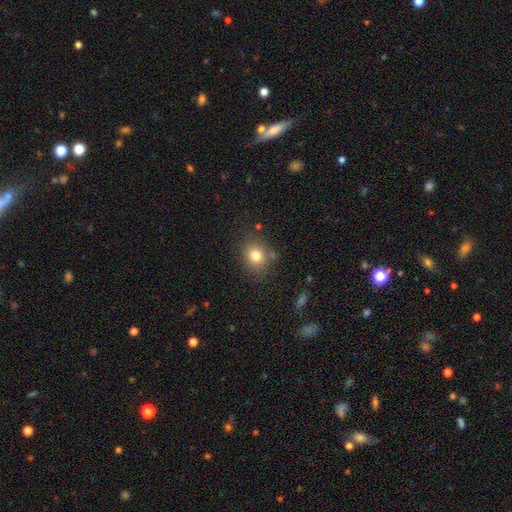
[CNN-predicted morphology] Smooth or featured: smooth — 79% (star or artifact — 12%)
How rounded: round — 66% (in between — 33%)
Merging: none — 78% (minor disturbance — 13%)